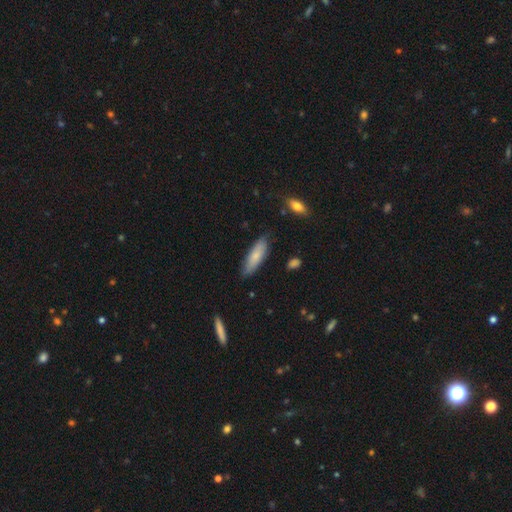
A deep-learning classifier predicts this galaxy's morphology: smooth 76%, featured or disk 18%, star or artifact 6%. Down the decision tree: how rounded — cigar-shaped (54%); merging — none (81%).